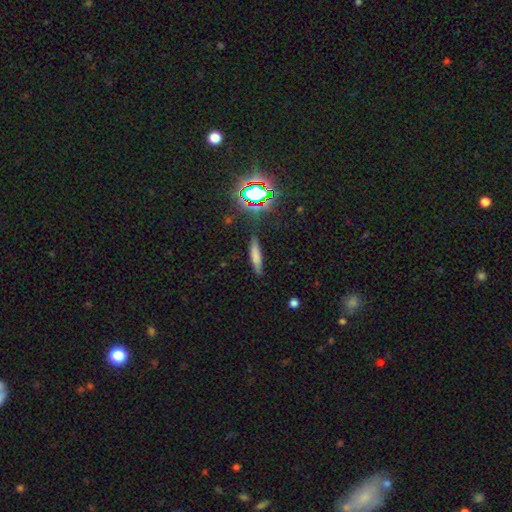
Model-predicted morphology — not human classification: The model was most divided on "smooth or featured": smooth: 68%, featured or disk: 17%, star or artifact: 14%. More confident: merging — none (83%); how rounded — cigar-shaped (82%).